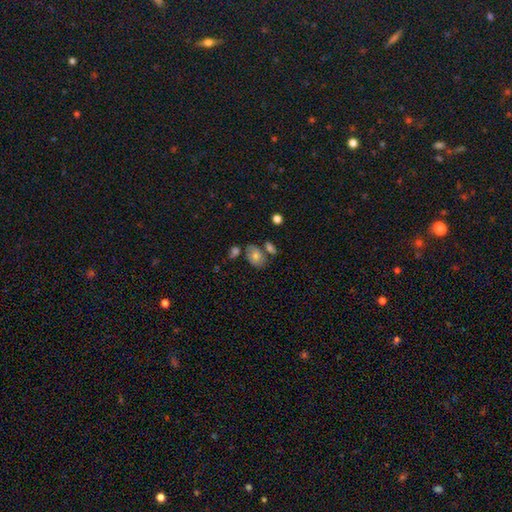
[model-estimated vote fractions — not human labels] Smooth or featured? Predicted: smooth (p=0.66). How rounded? Predicted: in between (p=0.78). Merging? Predicted: none (p=0.57).